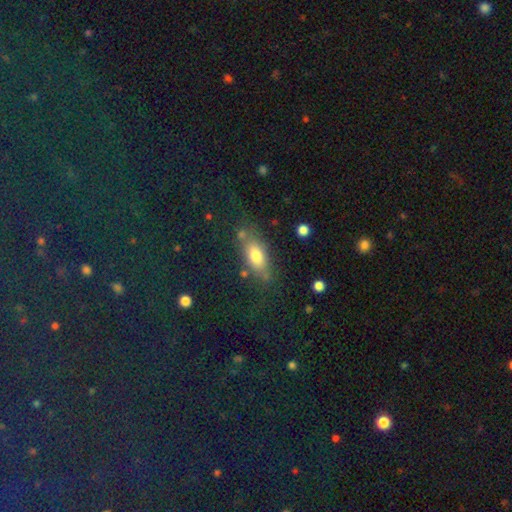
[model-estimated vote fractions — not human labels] smooth-or-featured: smooth: 73% | featured or disk: 18% | star or artifact: 10%
  how-rounded: in between: 79% | cigar-shaped: 16% | round: 6%
  merging: none: 69% | minor disturbance: 18% | major disturbance: 7% | merger: 6%